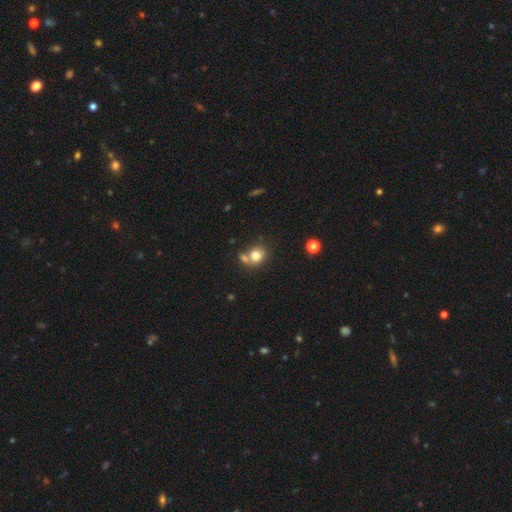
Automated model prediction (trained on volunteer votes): This appears to be a smooth galaxy with no disk features (79%) that is round (66%). Merging: none (52%).